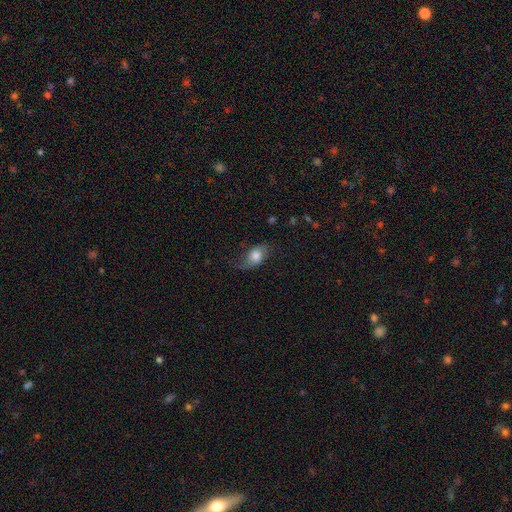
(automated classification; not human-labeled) Smooth or featured: smooth — 65% (featured or disk — 27%)
How rounded: in between — 84% (round — 13%)
Merging: none — 54% (minor disturbance — 29%)